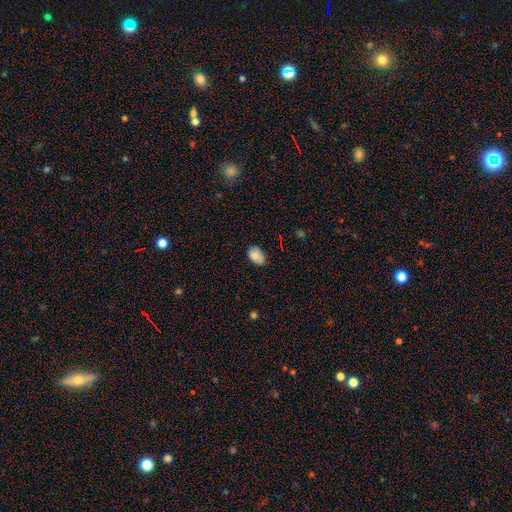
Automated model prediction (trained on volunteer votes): Smooth or featured: smooth — 83% (featured or disk — 10%)
How rounded: in between — 89% (round — 10%)
Merging: none — 74% (minor disturbance — 21%)